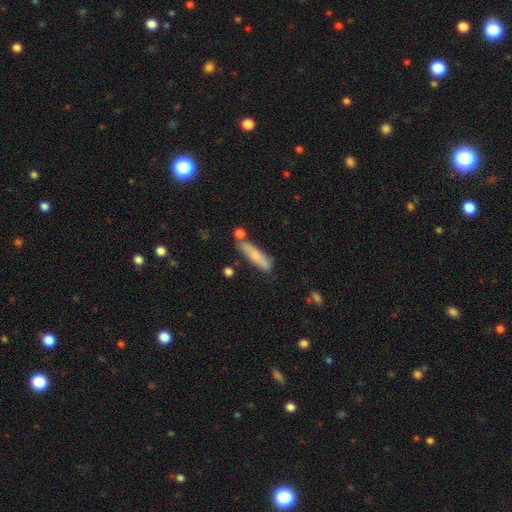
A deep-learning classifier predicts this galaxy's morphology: type=smooth (72%); roundness=cigar-shaped (80%); merging=none (68%).